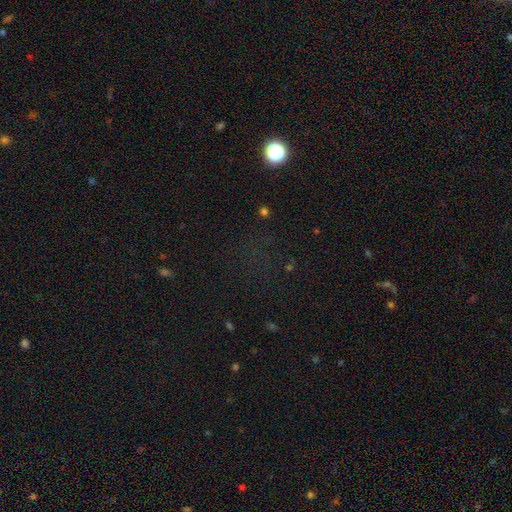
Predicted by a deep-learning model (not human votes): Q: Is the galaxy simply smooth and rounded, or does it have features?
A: star or artifact — 65%.